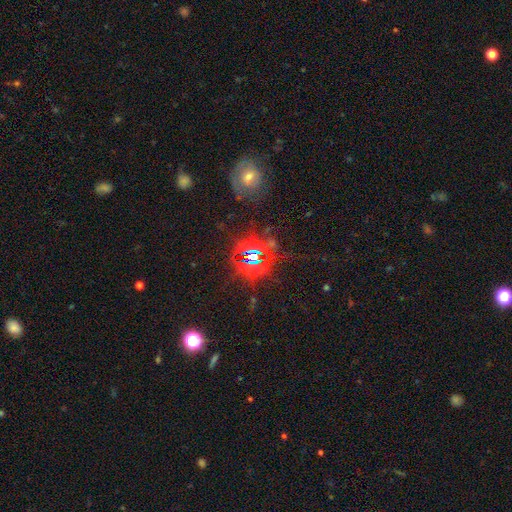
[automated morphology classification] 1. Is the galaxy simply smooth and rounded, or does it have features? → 81% star or artifact, 10% smooth, 9% featured or disk.